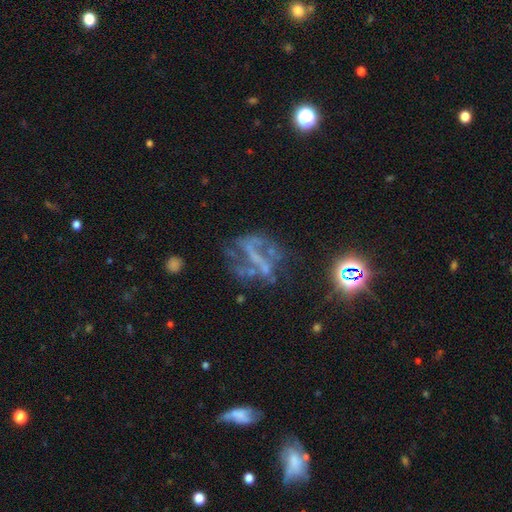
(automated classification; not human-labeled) The model was most divided on "spiral arms": yes: 58%, no: 42%. Remaining: edge-on disk — no (94%); bulge size — none (71%); smooth or featured — featured or disk (64%); bar — strong (48%); merging — none (48%).